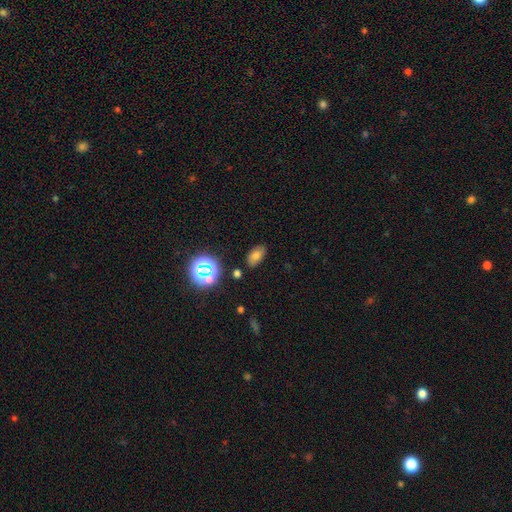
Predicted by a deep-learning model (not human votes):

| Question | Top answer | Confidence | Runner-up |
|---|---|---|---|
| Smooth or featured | smooth | 65% | star or artifact (23%) |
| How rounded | in between | 89% | round (9%) |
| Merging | none | 83% | minor disturbance (12%) |